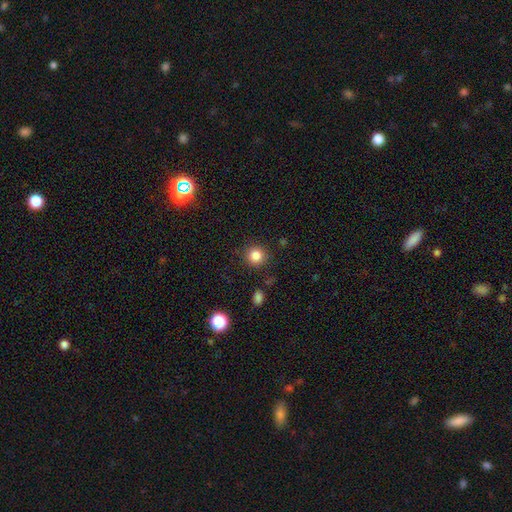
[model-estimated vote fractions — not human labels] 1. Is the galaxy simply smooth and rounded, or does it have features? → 84% smooth, 12% star or artifact, 5% featured or disk.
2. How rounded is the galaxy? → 93% round, 6% in between, 1% cigar-shaped.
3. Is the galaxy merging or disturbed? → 88% none, 7% minor disturbance, 3% major disturbance, 2% merger.